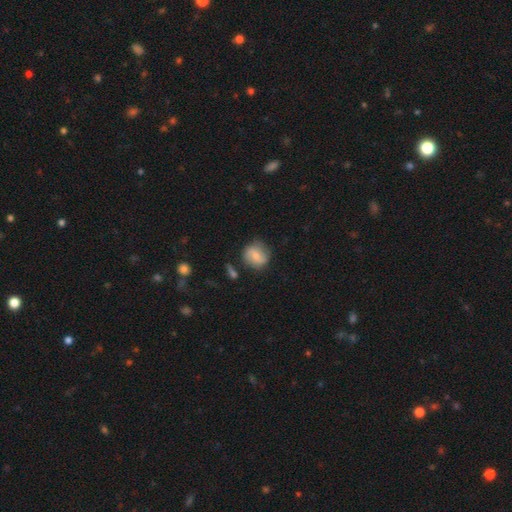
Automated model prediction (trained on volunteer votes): The model was most divided on "smooth or featured": smooth: 52%, featured or disk: 40%, star or artifact: 8%. More confident: how rounded — round (83%); merging — none (75%).